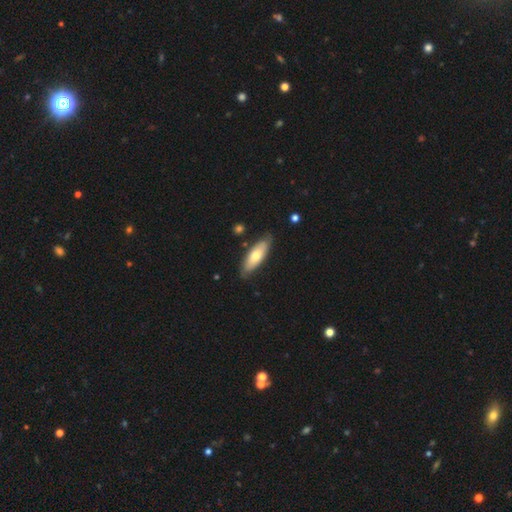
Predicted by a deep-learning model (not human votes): Smooth or featured? smooth (63%)
How rounded? in between (62%)
Merging? none (81%)